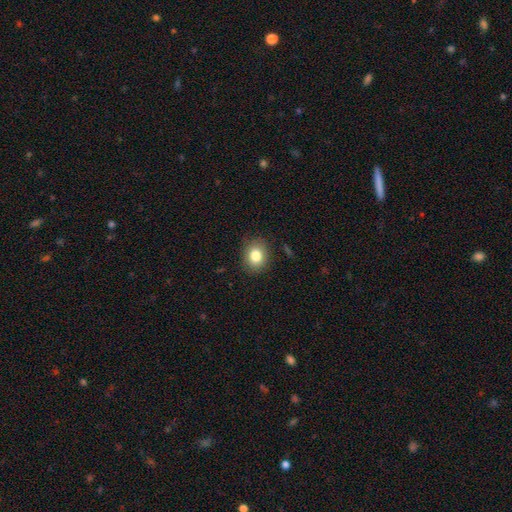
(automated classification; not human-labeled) Morphology: type=smooth (82%); roundness=round (51%); merging=none (86%).